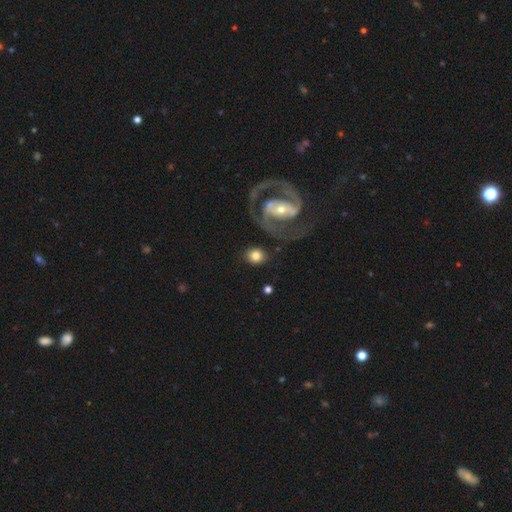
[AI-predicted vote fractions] Q: Smooth or featured?
A: smooth (68%); runner-up: featured or disk (25%)
Q: How rounded?
A: round (71%); runner-up: in between (27%)
Q: Merging?
A: none (76%); runner-up: minor disturbance (11%)